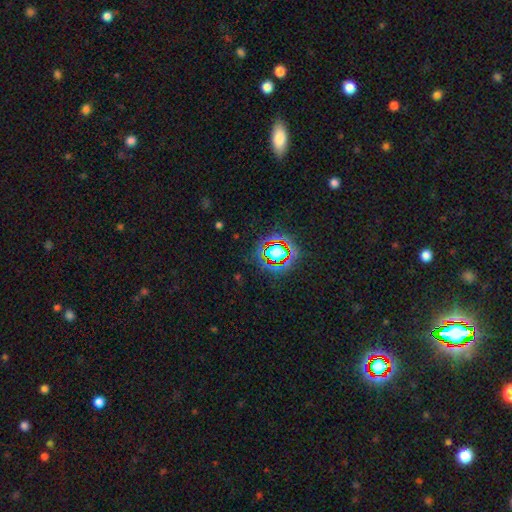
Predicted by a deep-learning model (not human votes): Q: Smooth or featured?
A: star or artifact (73%); runner-up: smooth (16%)